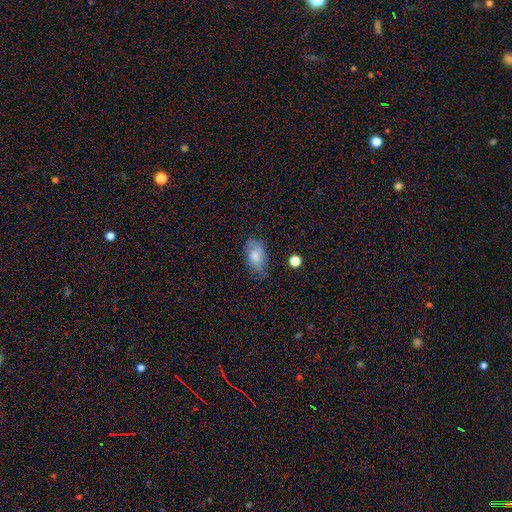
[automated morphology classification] Smooth or featured? smooth (75%)
How rounded? in between (91%)
Merging? none (61%)